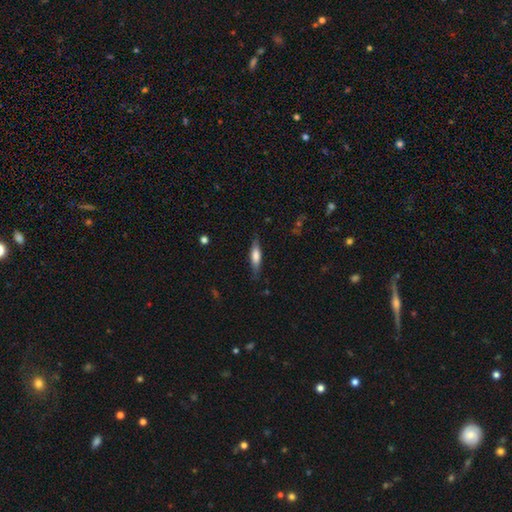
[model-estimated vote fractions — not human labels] smooth 62%, featured or disk 32%, star or artifact 6%. Down the decision tree: how rounded — cigar-shaped (70%); merging — none (81%).